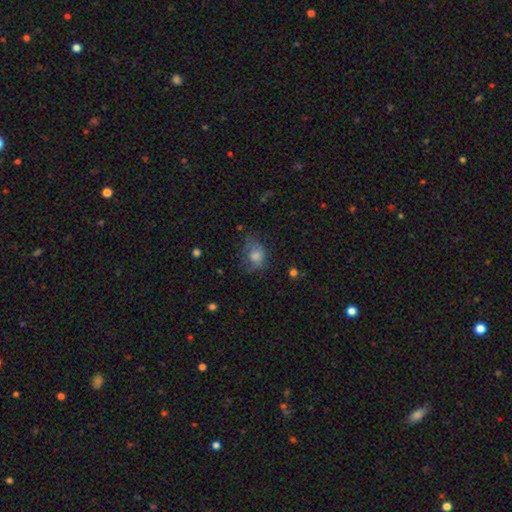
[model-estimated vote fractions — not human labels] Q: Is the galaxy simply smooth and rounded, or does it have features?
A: smooth — 60%.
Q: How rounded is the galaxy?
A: in between — 58%.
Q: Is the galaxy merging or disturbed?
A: none — 43%.